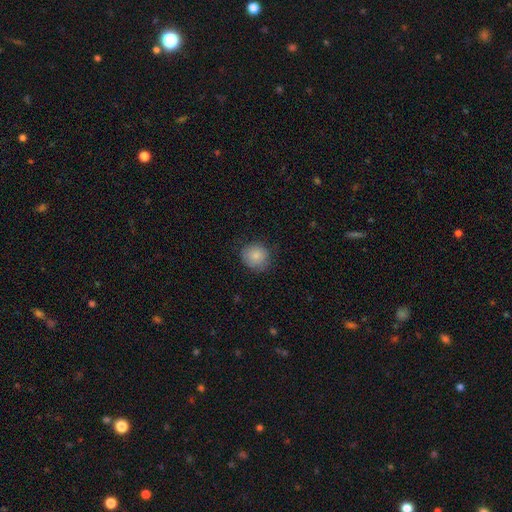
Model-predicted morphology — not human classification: smooth-or-featured: smooth: 85% | star or artifact: 8% | featured or disk: 8%
  how-rounded: round: 84% | in between: 16% | cigar-shaped: 1%
  merging: none: 77% | minor disturbance: 17% | major disturbance: 4% | merger: 1%